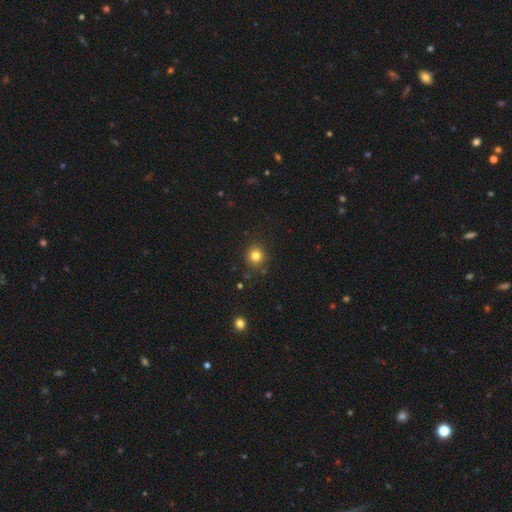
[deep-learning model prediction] A smooth galaxy with no disk features (81%) that is round (90%).

Vote fractions:
- Smooth or featured? smooth: 81% / star or artifact: 13% / featured or disk: 6%
- How rounded? round: 90% / in between: 9% / cigar-shaped: 1%
- Merging? none: 87% / minor disturbance: 8% / major disturbance: 2% / merger: 2%